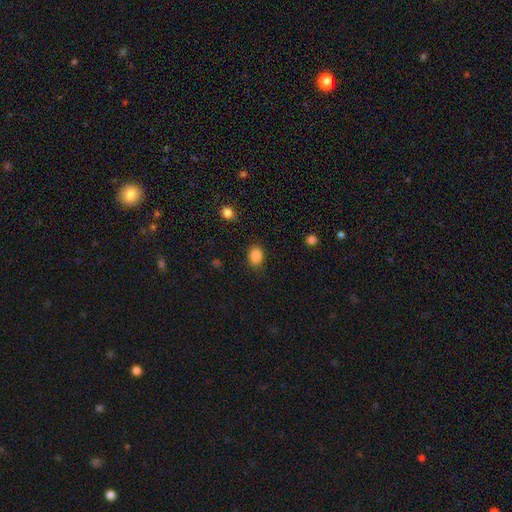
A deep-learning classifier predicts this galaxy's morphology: A smooth galaxy with no disk features (86%) that is in between round and cigar-shaped (61%). Merging: none (83%).